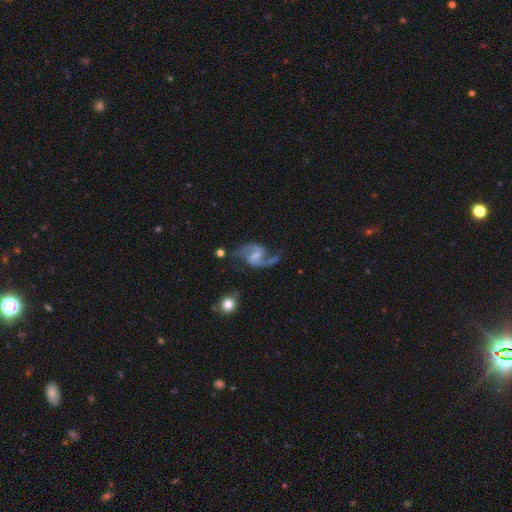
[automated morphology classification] featured or disk 90%, smooth 5%, star or artifact 5%. Down the decision tree: edge-on disk — no (98%); bar — weak (54%); spiral arms — yes (97%); spiral arm count — 2 (93%); spiral winding — medium (47%); bulge size — small (37%); merging — none (67%).